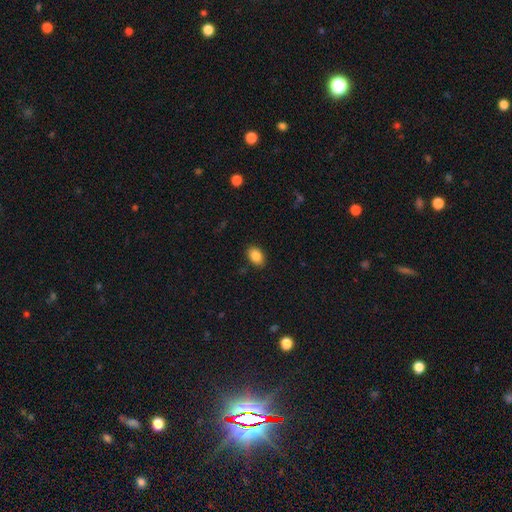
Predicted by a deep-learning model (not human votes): Q: Smooth or featured?
A: smooth (87%); runner-up: star or artifact (8%)
Q: How rounded?
A: in between (84%); runner-up: round (14%)
Q: Merging?
A: none (87%); runner-up: minor disturbance (10%)